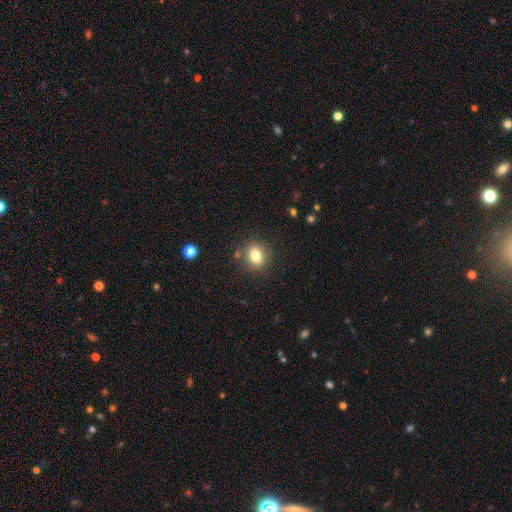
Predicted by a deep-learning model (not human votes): Overall: smooth (80%). How rounded: round (52%; in between 47%). Merging: none (84%).